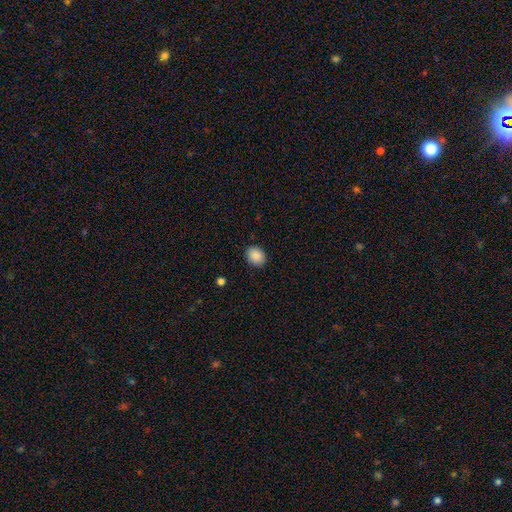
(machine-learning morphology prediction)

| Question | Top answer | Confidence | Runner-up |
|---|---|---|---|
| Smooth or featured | smooth | 89% | star or artifact (8%) |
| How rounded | round | 51% | in between (48%) |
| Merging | none | 89% | minor disturbance (8%) |